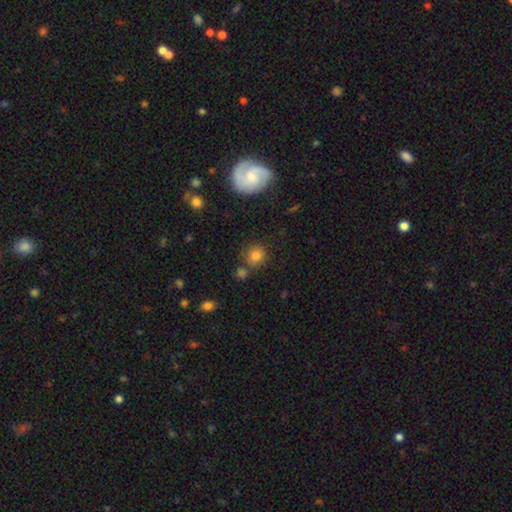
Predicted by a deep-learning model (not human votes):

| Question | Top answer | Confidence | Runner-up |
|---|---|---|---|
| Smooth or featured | smooth | 80% | star or artifact (13%) |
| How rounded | round | 79% | in between (20%) |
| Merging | none | 70% | minor disturbance (13%) |